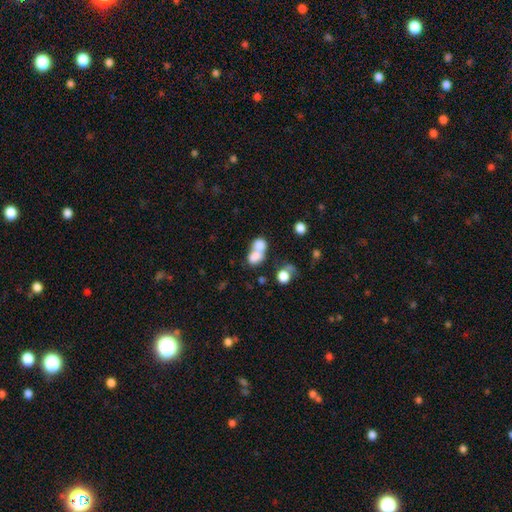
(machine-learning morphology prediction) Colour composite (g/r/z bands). It shows a smooth galaxy with no disk features (73%) that is in between round and cigar-shaped (59%). Merging: merger (71%).